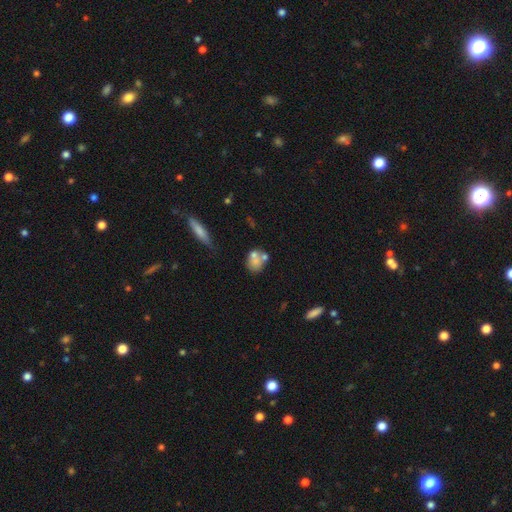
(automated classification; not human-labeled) A smooth galaxy with no disk features (62%) that is round (49%). Merging: none (49%).